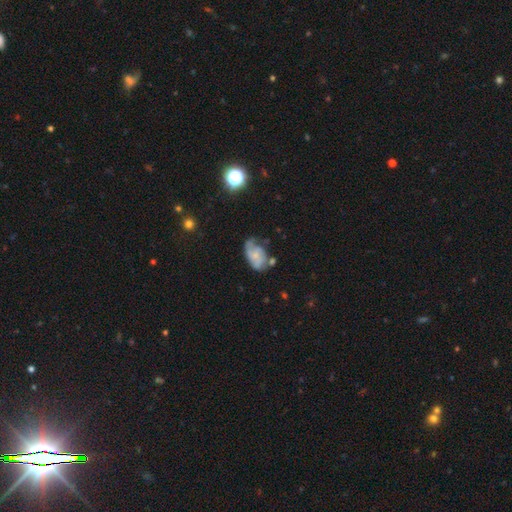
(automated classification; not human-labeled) Smooth or featured? Predicted: featured or disk (p=0.55). Edge-on disk? Predicted: no (p=0.96). Bar? Predicted: no (p=0.70). Spiral arms? Predicted: yes (p=0.77). Bulge size? Predicted: small (p=0.57). Merging? Predicted: none (p=0.37).